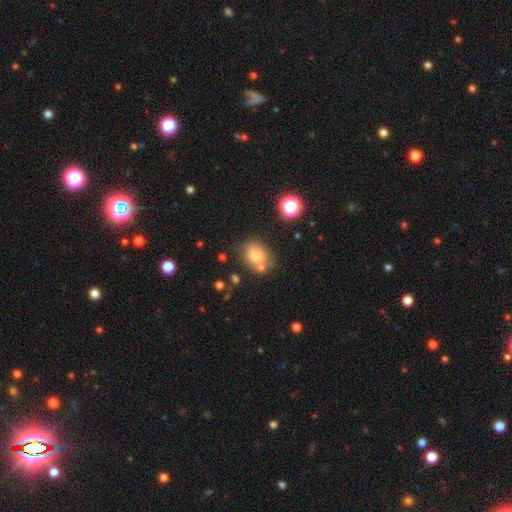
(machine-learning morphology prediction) Smooth or featured? Predicted: smooth (p=0.76). How rounded? Predicted: in between (p=0.59). Merging? Predicted: none (p=0.63).